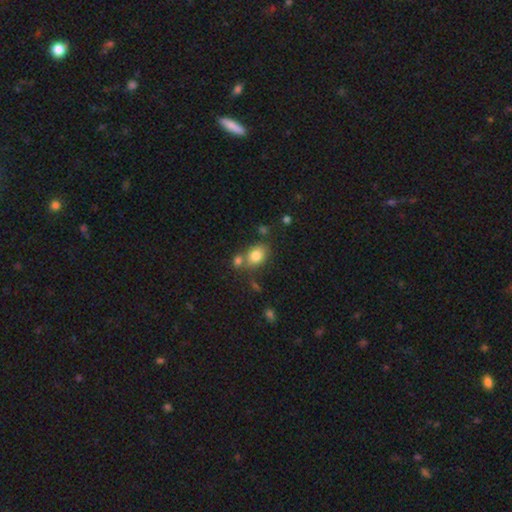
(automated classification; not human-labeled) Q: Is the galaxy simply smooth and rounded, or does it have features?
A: smooth — 80%.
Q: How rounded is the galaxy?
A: in between — 71%.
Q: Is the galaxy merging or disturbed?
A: none — 58%.